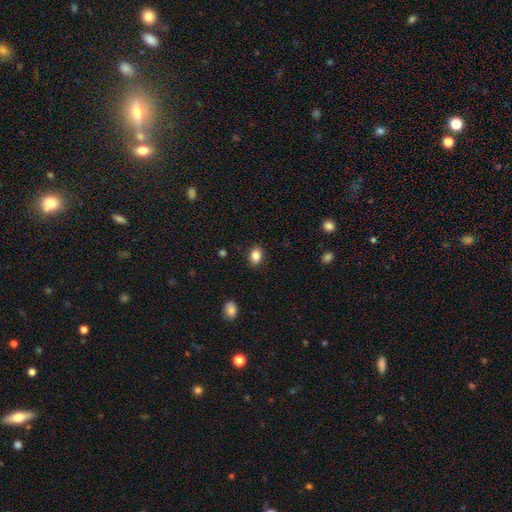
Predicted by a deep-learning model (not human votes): The model was most divided on "how rounded": in between: 64%, round: 35%, cigar-shaped: 1%. More confident: smooth or featured — smooth (86%); merging — none (86%).